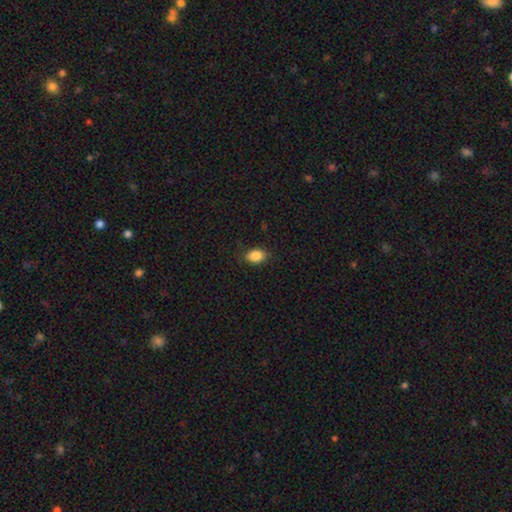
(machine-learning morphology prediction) smooth_or_featured: smooth (p=0.88) [alt: star or artifact p=0.09]
how_rounded: in between (p=0.73) [alt: round p=0.26]
merging: none (p=0.84) [alt: minor disturbance p=0.12]